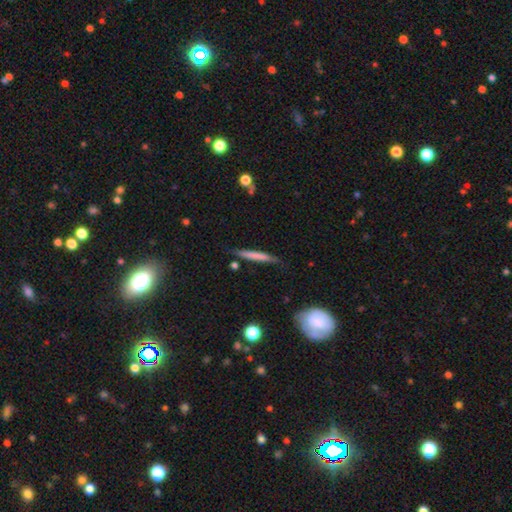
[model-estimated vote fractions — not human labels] This appears to be a smooth galaxy with no disk features (62%) that is cigar-shaped (95%). Merging: none (79%).